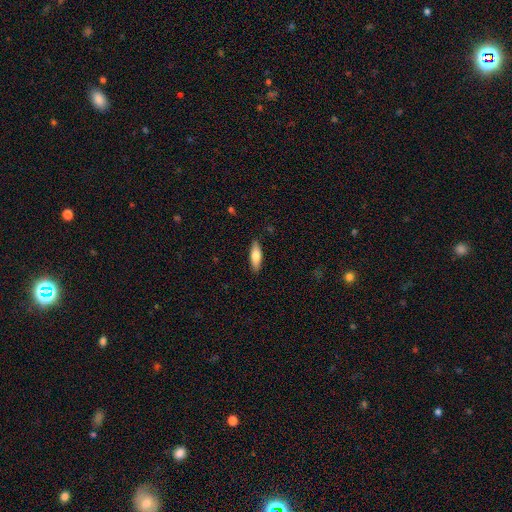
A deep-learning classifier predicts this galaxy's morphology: This is likely a smooth galaxy (73%). How rounded: possibly in between (52%). Merging: clearly none (88%).